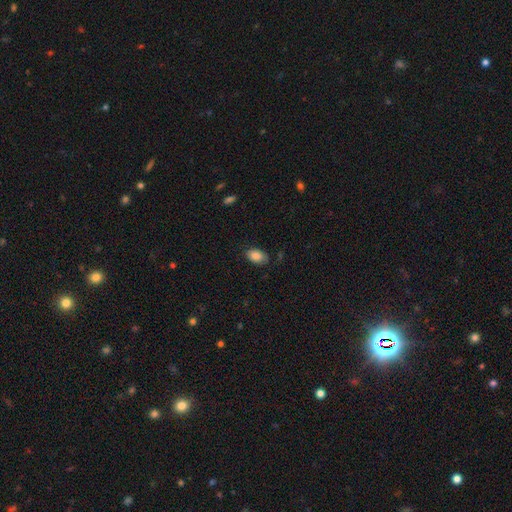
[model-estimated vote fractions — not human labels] Morphology: type=smooth (85%); roundness=in between (89%); merging=none (81%).